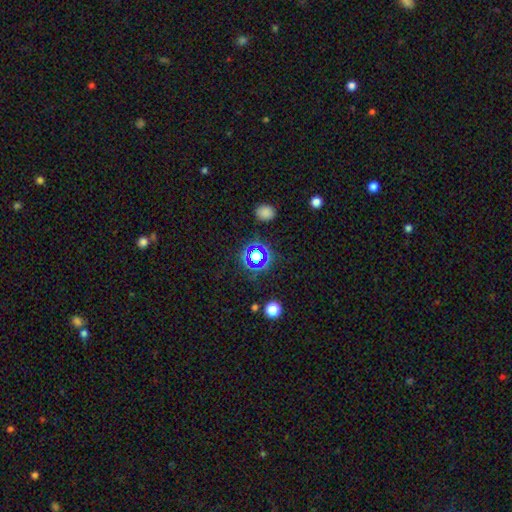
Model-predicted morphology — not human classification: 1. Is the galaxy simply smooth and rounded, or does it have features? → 63% star or artifact, 28% smooth, 9% featured or disk.